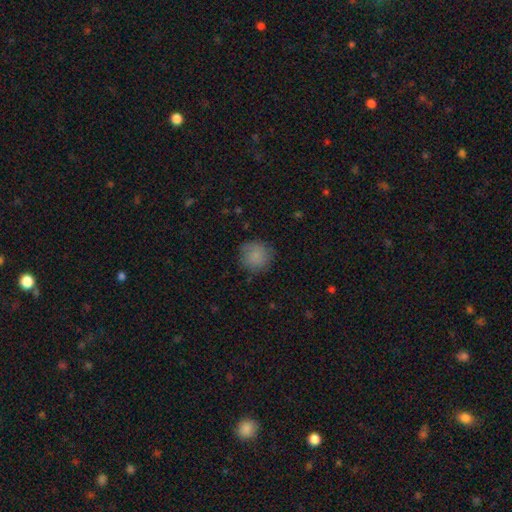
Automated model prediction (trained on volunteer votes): This appears to be a smooth galaxy with no disk features (83%) that is round (91%). Merging: none (79%).